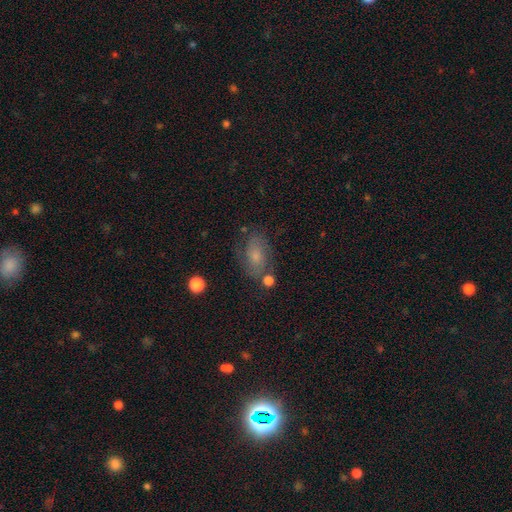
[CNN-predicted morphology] Overall: featured or disk (46%; smooth 40%). Merging: none (63%).